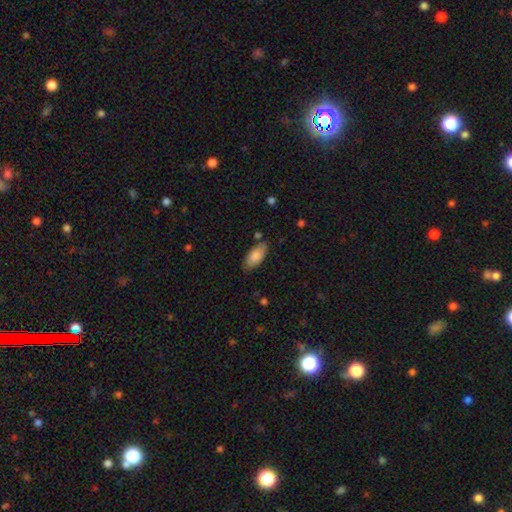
Overall: smooth (95%). How rounded: in between (89%). Merging: none (71%).